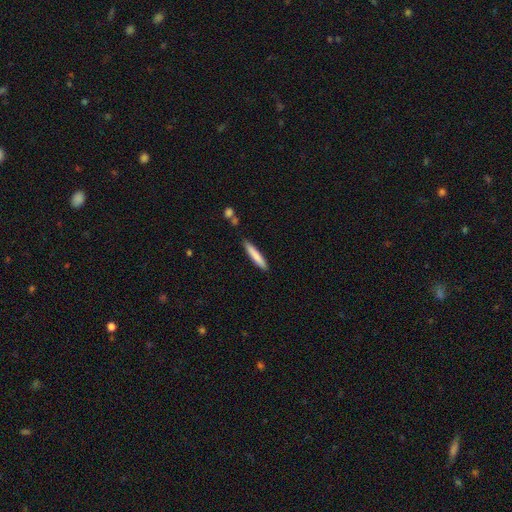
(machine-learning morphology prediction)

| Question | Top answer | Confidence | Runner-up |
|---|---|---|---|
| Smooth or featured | smooth | 80% | featured or disk (14%) |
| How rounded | cigar-shaped | 93% | in between (6%) |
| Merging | none | 86% | minor disturbance (10%) |